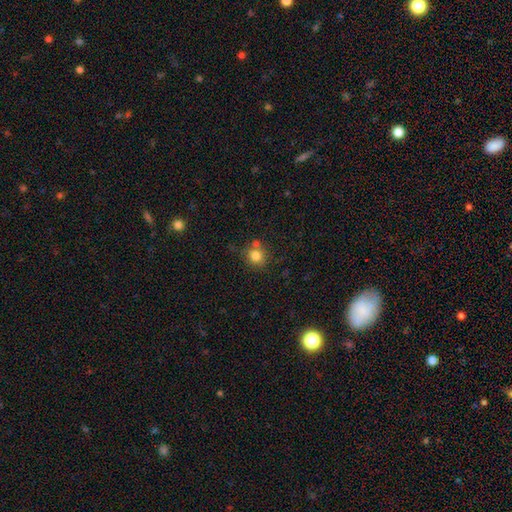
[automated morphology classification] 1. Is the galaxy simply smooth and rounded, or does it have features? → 80% smooth, 12% star or artifact, 8% featured or disk.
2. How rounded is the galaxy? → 85% round, 14% in between, 1% cigar-shaped.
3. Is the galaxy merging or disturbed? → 69% none, 16% merger, 12% minor disturbance, 4% major disturbance.